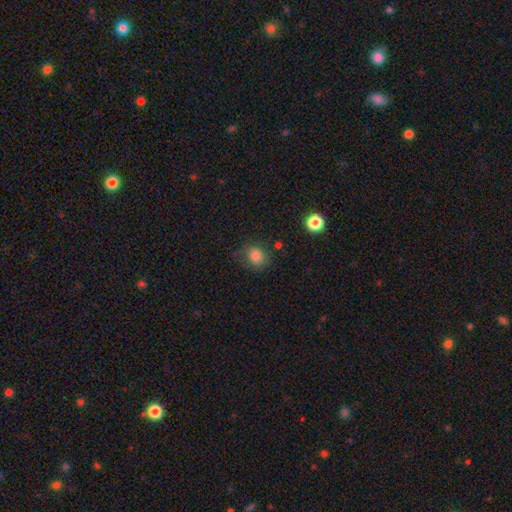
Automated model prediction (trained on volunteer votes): smooth-or-featured: smooth: 81% | star or artifact: 11% | featured or disk: 7%
  how-rounded: round: 69% | in between: 30% | cigar-shaped: 1%
  merging: none: 70% | minor disturbance: 20% | major disturbance: 7% | merger: 3%